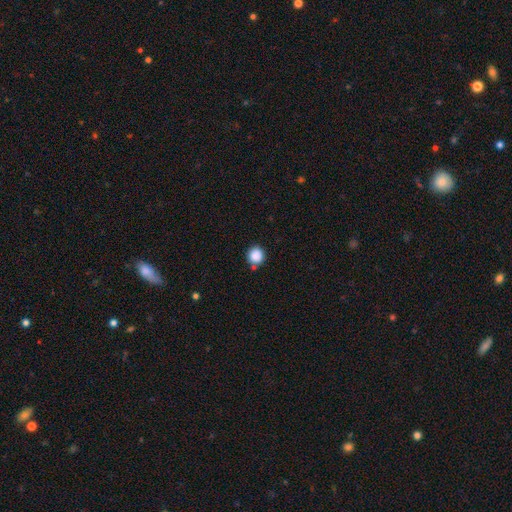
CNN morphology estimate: Smooth or featured: smooth — 87% (star or artifact — 9%)
How rounded: round — 90% (in between — 9%)
Merging: none — 77% (minor disturbance — 12%)